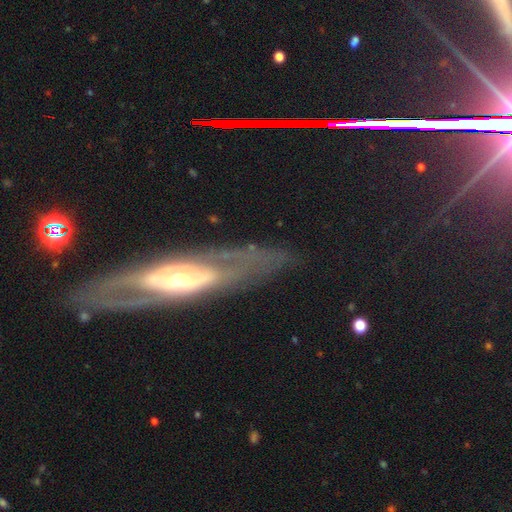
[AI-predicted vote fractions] featured or disk 75%, smooth 13%, star or artifact 12%. Down the decision tree: edge-on disk — no (67%); bar — no (61%); spiral arms — yes (66%); bulge size — small (46%); merging — none (80%).